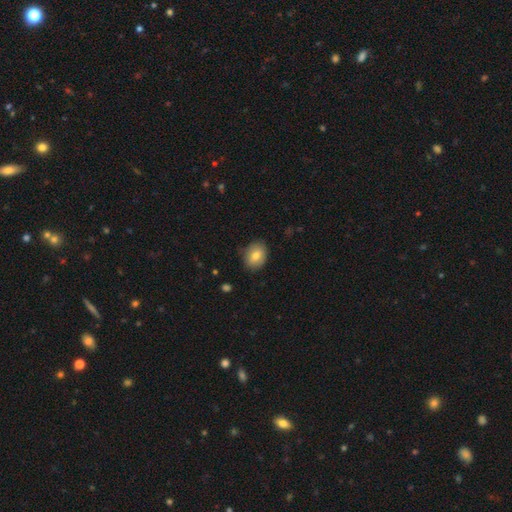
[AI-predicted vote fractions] The model was most divided on "how rounded": in between: 61%, round: 38%, cigar-shaped: 1%. More confident: merging — none (79%); smooth or featured — smooth (76%).